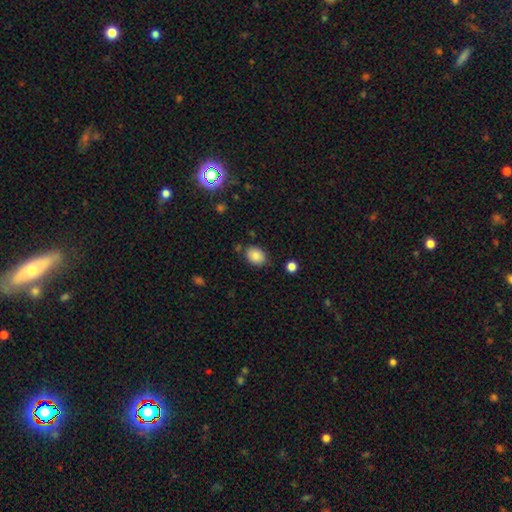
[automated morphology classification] Q: Smooth or featured?
A: smooth (86%); runner-up: star or artifact (9%)
Q: How rounded?
A: in between (62%); runner-up: round (37%)
Q: Merging?
A: none (79%); runner-up: minor disturbance (14%)